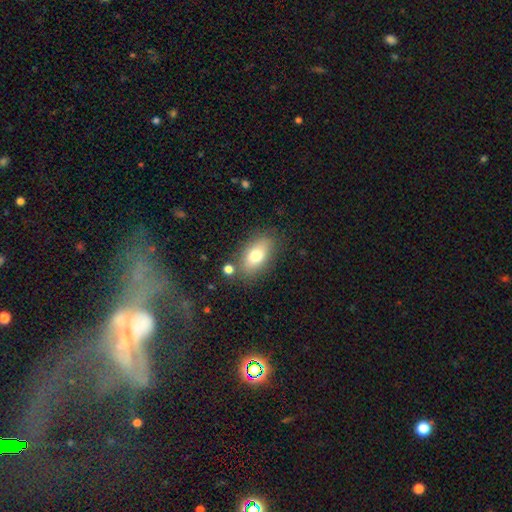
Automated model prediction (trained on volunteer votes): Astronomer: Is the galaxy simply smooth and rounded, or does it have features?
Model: smooth — 75%.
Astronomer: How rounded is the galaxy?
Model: in between — 88%.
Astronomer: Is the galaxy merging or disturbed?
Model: none — 77%.